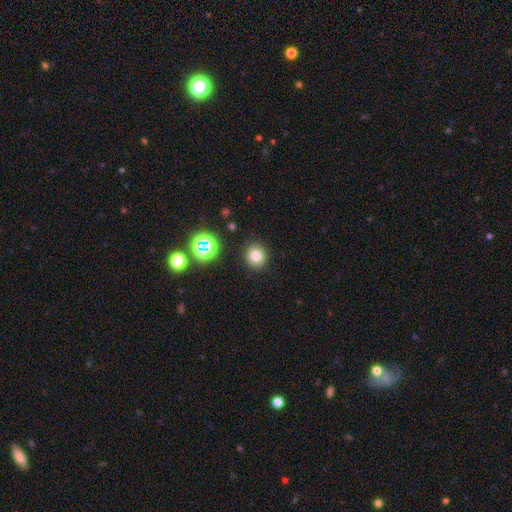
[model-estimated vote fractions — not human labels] This appears to be a smooth galaxy with no disk features (77%) that is round (86%). Merging: none (89%).